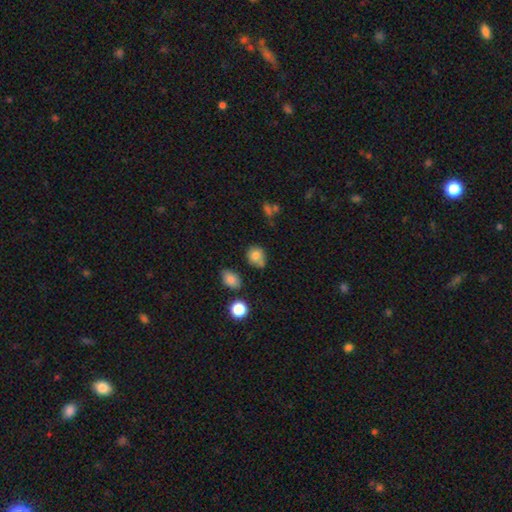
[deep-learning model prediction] Smooth or featured: smooth — 78% (star or artifact — 11%)
How rounded: round — 68% (in between — 31%)
Merging: none — 60% (minor disturbance — 23%)